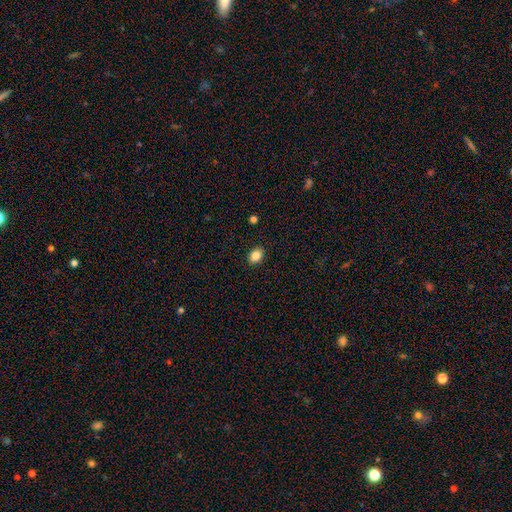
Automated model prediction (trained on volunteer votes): Smooth or featured? Predicted: smooth (p=0.85). How rounded? Predicted: in between (p=0.73). Merging? Predicted: none (p=0.90).